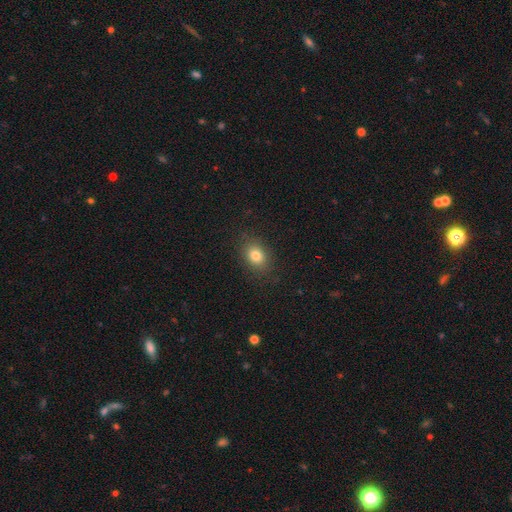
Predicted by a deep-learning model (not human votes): Smooth or featured: smooth — 81% (star or artifact — 11%)
How rounded: in between — 62% (round — 37%)
Merging: none — 86% (minor disturbance — 10%)